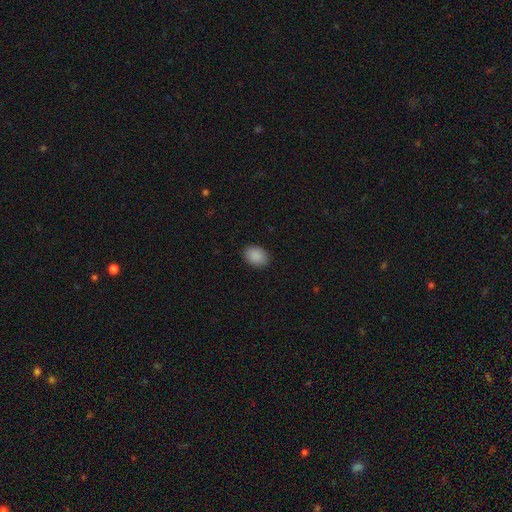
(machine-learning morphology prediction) Smooth or featured? smooth (90%)
How rounded? in between (74%)
Merging? none (88%)